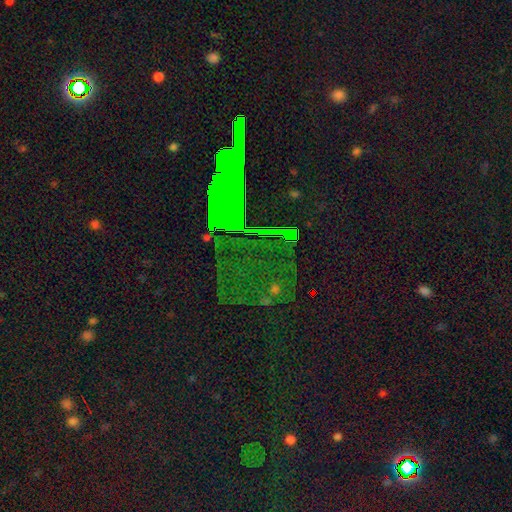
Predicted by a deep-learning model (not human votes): This appears to be a star or artifact, not a galaxy (74%).